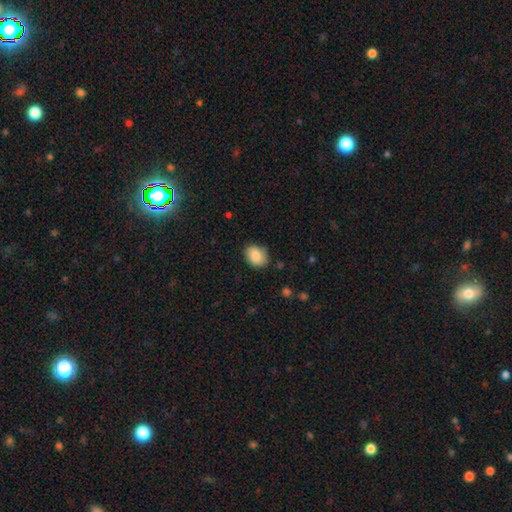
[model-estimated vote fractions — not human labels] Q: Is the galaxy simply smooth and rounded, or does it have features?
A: smooth — 85%.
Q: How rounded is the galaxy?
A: in between — 69%.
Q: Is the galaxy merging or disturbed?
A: none — 77%.